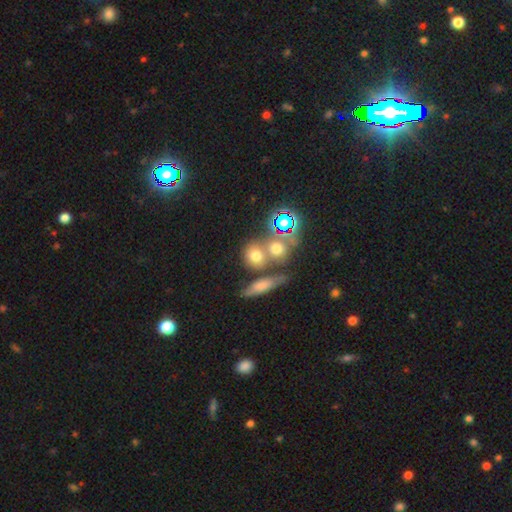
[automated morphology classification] This appears to be a smooth galaxy with no disk features (64%) that is round (71%). Merging: none (51%).